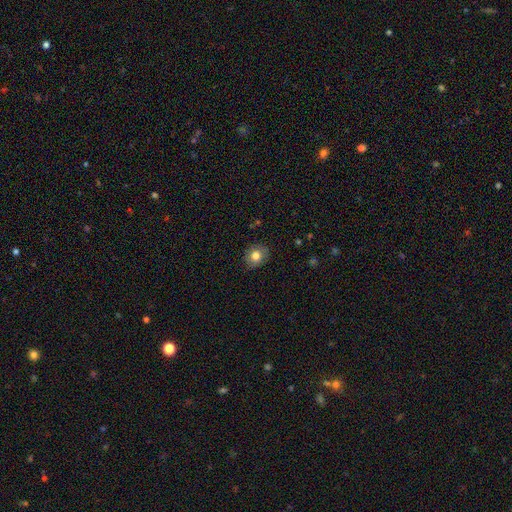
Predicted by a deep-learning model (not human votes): Smooth or featured?
  - smooth: 80% *
  - featured or disk: 10%
  - star or artifact: 10%
How rounded?
  - round: 67% *
  - in between: 32%
  - cigar-shaped: 1%
Merging?
  - none: 84% *
  - minor disturbance: 12%
  - major disturbance: 2%
  - merger: 1%